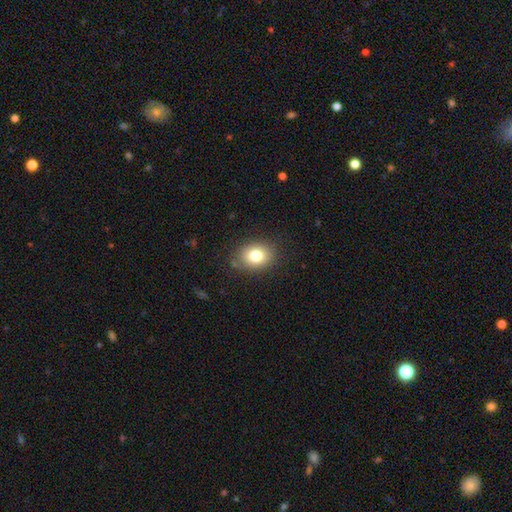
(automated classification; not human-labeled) smooth_or_featured: smooth (p=0.79) [alt: featured or disk p=0.11]
how_rounded: in between (p=0.56) [alt: round p=0.43]
merging: none (p=0.82) [alt: minor disturbance p=0.13]